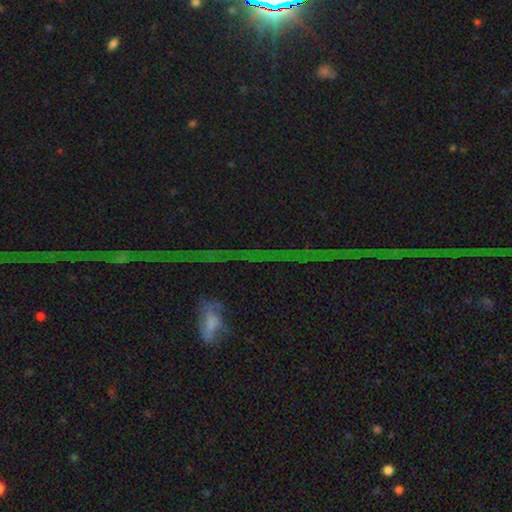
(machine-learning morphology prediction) The model was most divided on "smooth or featured": star or artifact: 79%, featured or disk: 11%, smooth: 10%.